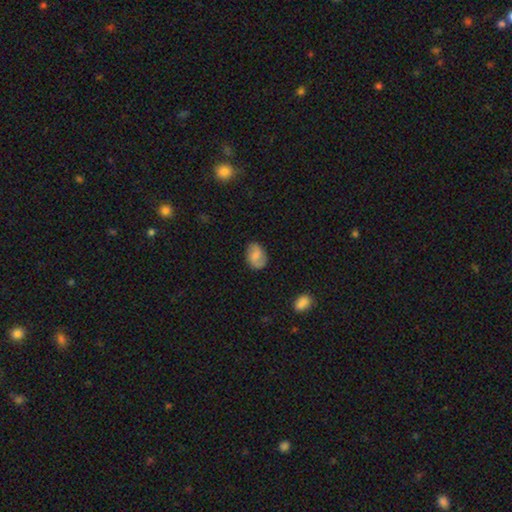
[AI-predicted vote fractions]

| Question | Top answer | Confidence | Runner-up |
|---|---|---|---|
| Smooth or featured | smooth | 63% | featured or disk (29%) |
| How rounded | in between | 79% | round (20%) |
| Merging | none | 75% | minor disturbance (19%) |